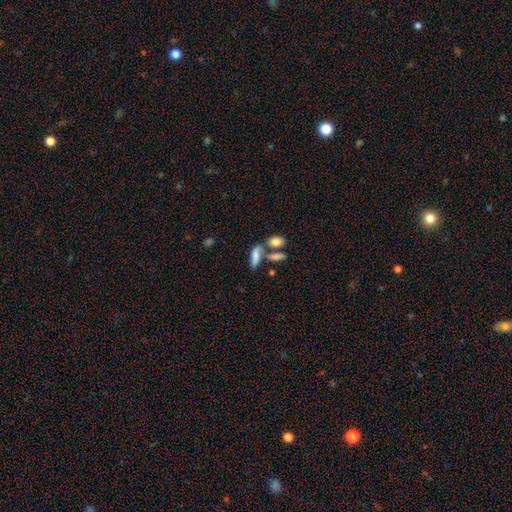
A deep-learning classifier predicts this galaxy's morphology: The model was most divided on "merging": merger: 40%, none: 39%, minor disturbance: 13%, major disturbance: 8%. More confident: smooth or featured — smooth (69%); how rounded — in between (65%).